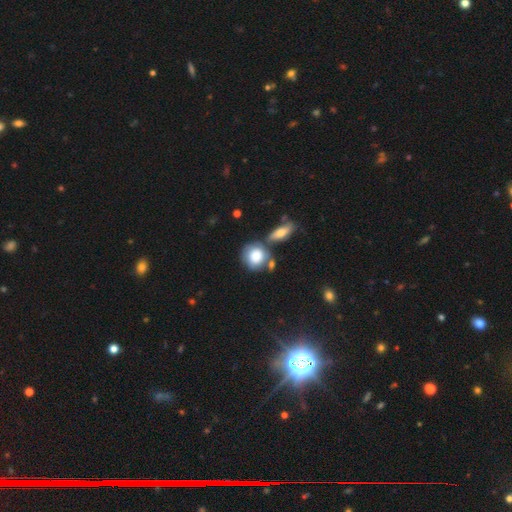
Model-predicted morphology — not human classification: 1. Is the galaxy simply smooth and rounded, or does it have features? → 74% smooth, 19% featured or disk, 7% star or artifact.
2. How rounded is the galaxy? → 76% round, 23% in between, 2% cigar-shaped.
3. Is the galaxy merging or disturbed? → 50% none, 26% merger, 18% minor disturbance, 7% major disturbance.